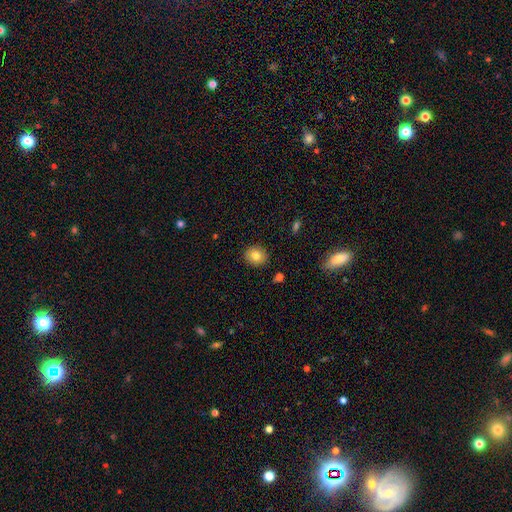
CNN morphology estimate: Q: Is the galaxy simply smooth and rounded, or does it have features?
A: smooth — 80%.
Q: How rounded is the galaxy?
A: round — 77%.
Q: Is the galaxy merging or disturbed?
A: none — 90%.